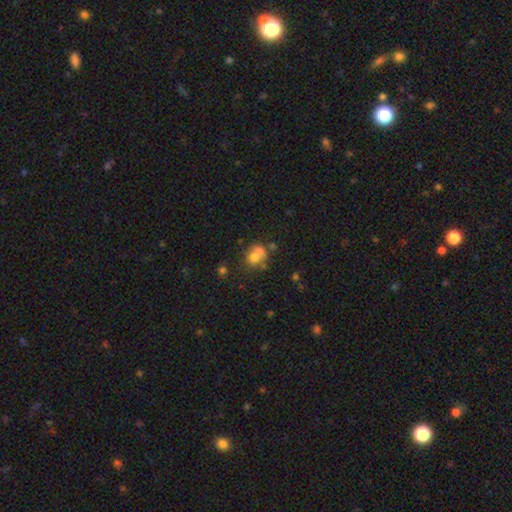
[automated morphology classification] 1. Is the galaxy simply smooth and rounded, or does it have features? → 64% smooth, 22% featured or disk, 14% star or artifact.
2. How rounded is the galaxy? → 68% round, 31% in between, 1% cigar-shaped.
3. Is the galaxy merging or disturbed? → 48% merger, 34% none, 11% minor disturbance, 7% major disturbance.